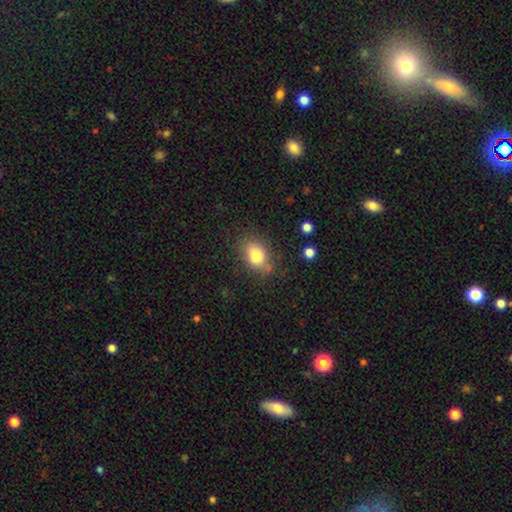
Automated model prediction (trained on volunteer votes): Smooth or featured? Predicted: smooth (p=0.81). How rounded? Predicted: in between (p=0.74). Merging? Predicted: none (p=0.70).